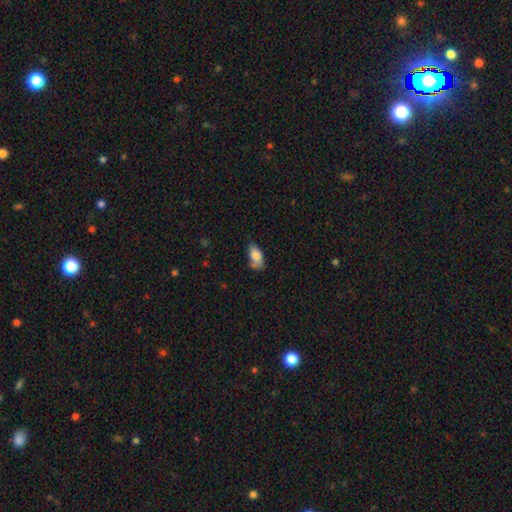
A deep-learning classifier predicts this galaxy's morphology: Smooth or featured: smooth — 79% (featured or disk — 13%)
How rounded: in between — 91% (cigar-shaped — 5%)
Merging: none — 50% (minor disturbance — 35%)